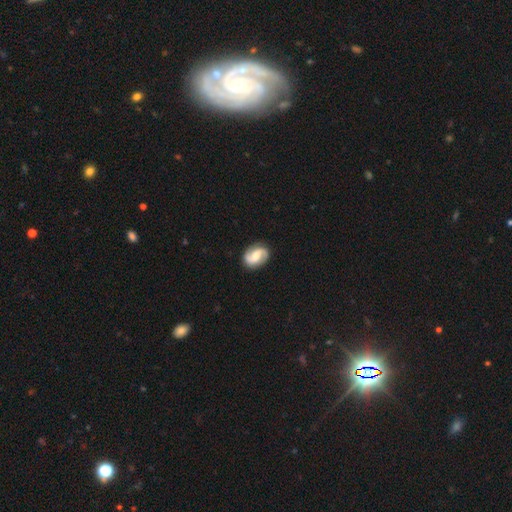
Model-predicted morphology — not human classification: A featured or disk galaxy (81%) with a weak bar (43%), 2 (93%) medium (44%) spiral arms (96%) and a moderate central bulge (53%).

Vote fractions:
- Smooth or featured? featured or disk: 81% / smooth: 14% / star or artifact: 5%
- Edge-on disk? no: 98% / yes: 2%
- Bar? weak: 43% / no: 41% / strong: 16%
- Spiral arms? yes: 96% / no: 4%
- Spiral winding? medium: 44% / loose: 35% / tight: 20%
- Spiral arm count? 2: 93% / can't tell: 2% / 1: 2% / 3: 1% / 4: 1% / more than 4: 1%
- Bulge size? moderate: 53% / small: 28% / large: 11% / none: 6% / dominant: 2%
- Merging? none: 86% / minor disturbance: 10% / major disturbance: 3% / merger: 1%